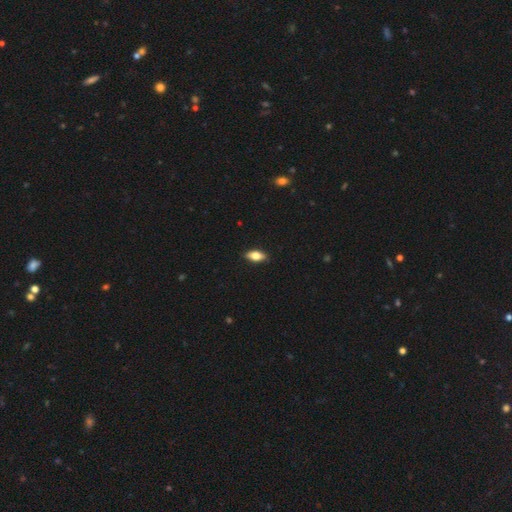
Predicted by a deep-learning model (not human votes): Smooth or featured? Predicted: smooth (p=0.72). How rounded? Predicted: in between (p=0.84). Merging? Predicted: none (p=0.88).